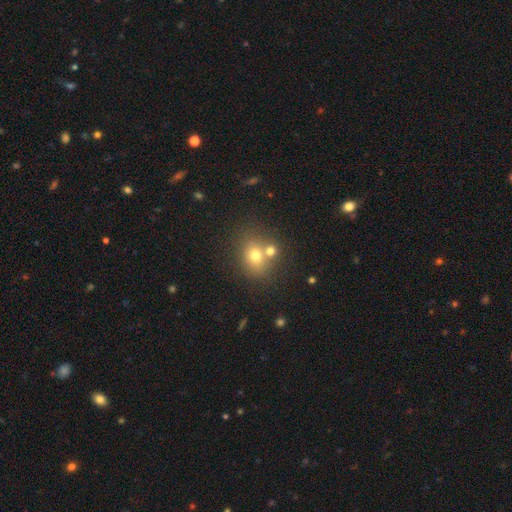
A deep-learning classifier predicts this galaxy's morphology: This appears to be a smooth galaxy with no disk features (69%) that is round (58%). Merging: none (56%).